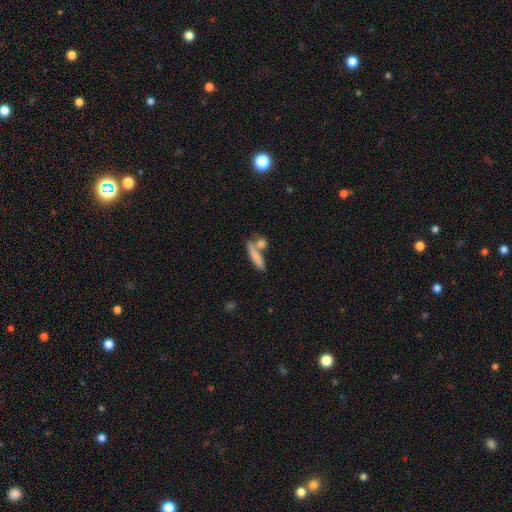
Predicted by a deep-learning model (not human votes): Q: Smooth or featured?
A: smooth (76%); runner-up: featured or disk (16%)
Q: How rounded?
A: cigar-shaped (69%); runner-up: in between (26%)
Q: Merging?
A: none (50%); runner-up: merger (32%)